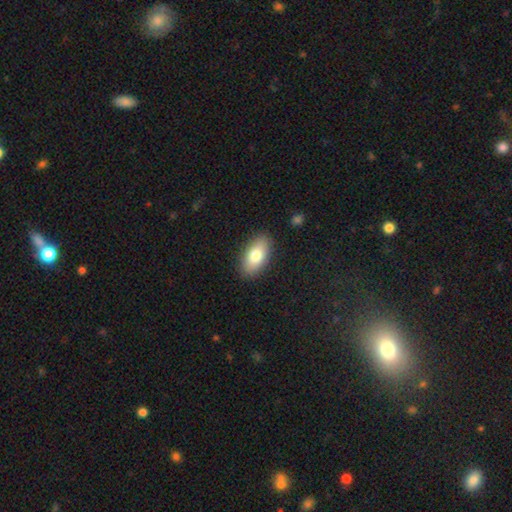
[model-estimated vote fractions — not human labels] smooth_or_featured: smooth (p=0.79) [alt: featured or disk p=0.15]
how_rounded: in between (p=0.92) [alt: cigar-shaped p=0.05]
merging: none (p=0.88) [alt: minor disturbance p=0.09]